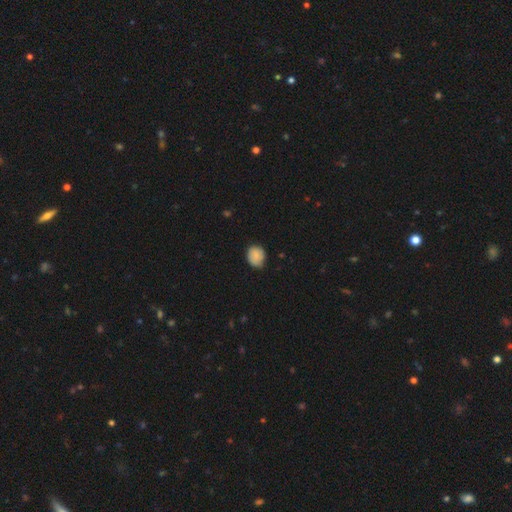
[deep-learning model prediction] Overall: smooth (84%). How rounded: round (69%; in between 30%). Merging: none (74%).